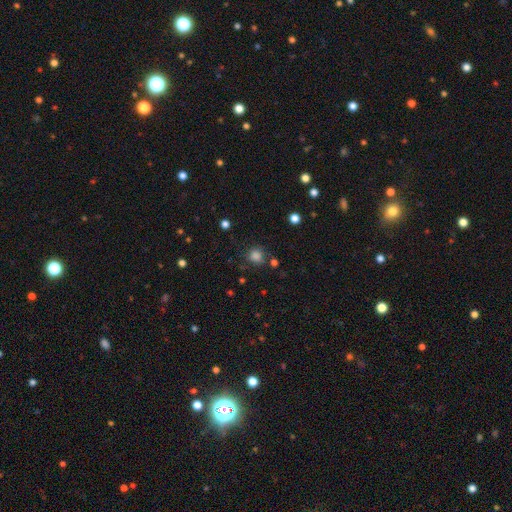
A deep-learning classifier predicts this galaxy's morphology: The model was most divided on "merging": none: 77%, minor disturbance: 12%, merger: 6%, major disturbance: 5%. More confident: how rounded — round (89%); smooth or featured — smooth (81%).